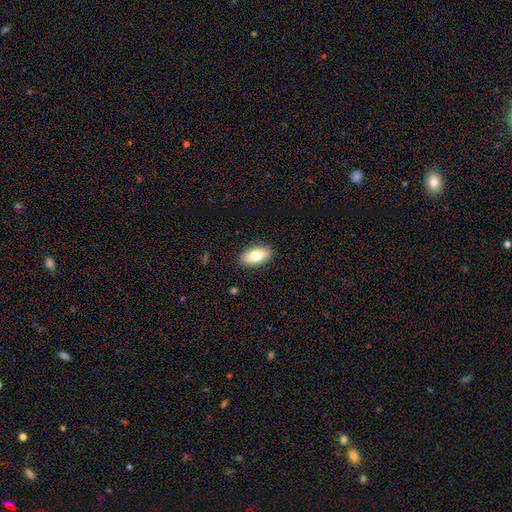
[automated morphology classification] Q: Smooth or featured?
A: smooth (76%); runner-up: featured or disk (17%)
Q: How rounded?
A: in between (90%); runner-up: cigar-shaped (7%)
Q: Merging?
A: none (89%); runner-up: minor disturbance (8%)